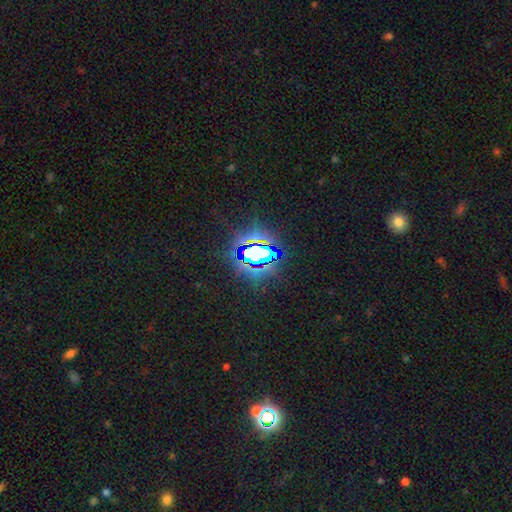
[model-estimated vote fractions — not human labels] This appears to be a star or artifact, not a galaxy (75%).